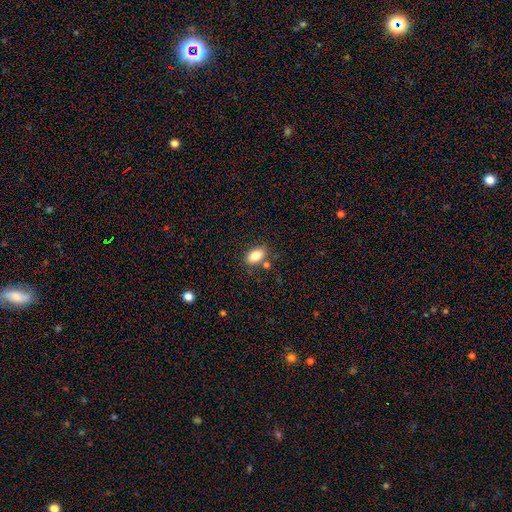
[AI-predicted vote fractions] smooth_or_featured: smooth (p=0.84) [alt: featured or disk p=0.08]
how_rounded: in between (p=0.90) [alt: round p=0.08]
merging: none (p=0.74) [alt: minor disturbance p=0.13]